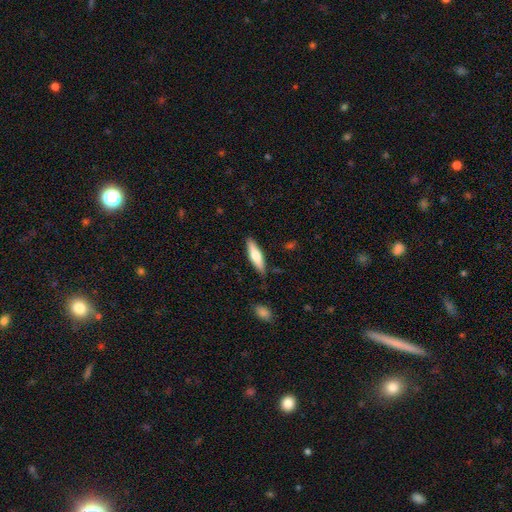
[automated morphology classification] Smooth or featured? Predicted: smooth (p=0.68). How rounded? Predicted: cigar-shaped (p=0.65). Merging? Predicted: none (p=0.83).